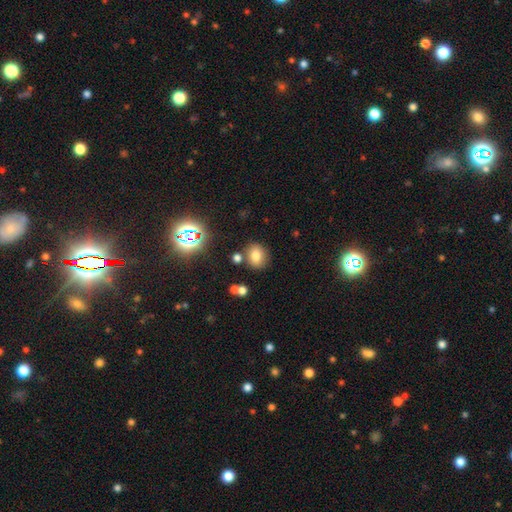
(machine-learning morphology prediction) smooth-or-featured: smooth: 73% | star or artifact: 16% | featured or disk: 11%
  how-rounded: round: 70% | in between: 29% | cigar-shaped: 1%
  merging: none: 78% | minor disturbance: 10% | merger: 9% | major disturbance: 3%